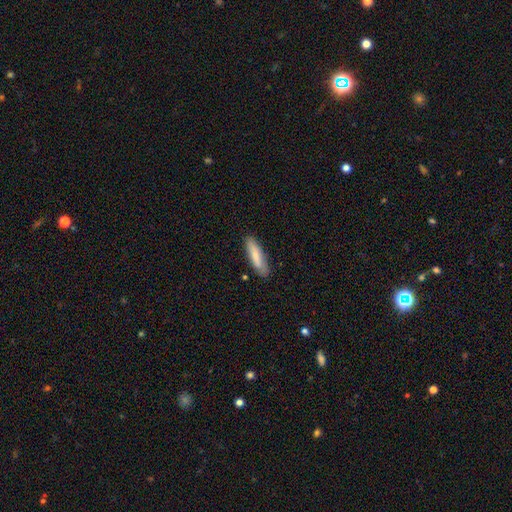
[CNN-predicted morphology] A smooth galaxy with no disk features (81%) that is cigar-shaped (71%).

Vote fractions:
- Smooth or featured? smooth: 81% / featured or disk: 14% / star or artifact: 6%
- How rounded? cigar-shaped: 71% / in between: 28% / round: 1%
- Merging? none: 82% / minor disturbance: 14% / major disturbance: 2% / merger: 2%